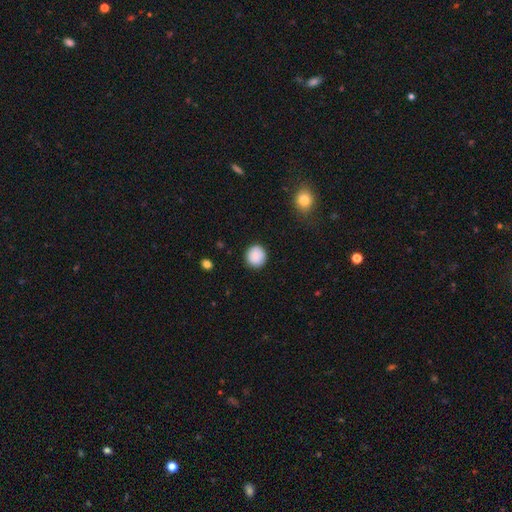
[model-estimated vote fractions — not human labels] This is clearly a smooth galaxy (85%). How rounded: clearly round (90%). Merging: clearly none (88%).